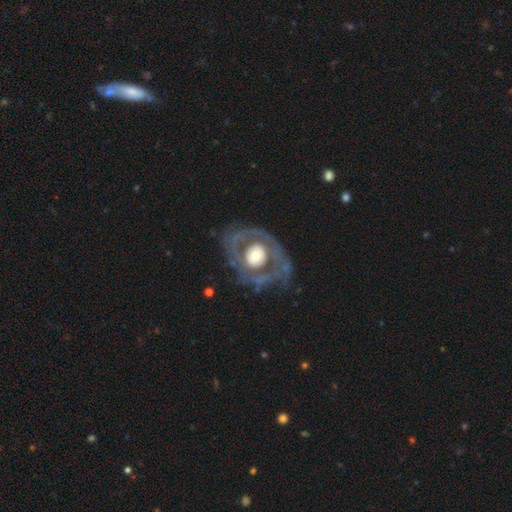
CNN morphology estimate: This is likely a featured or disk galaxy (69%). It is clearly not viewed edge-on (95%). Bar: clearly no (83%). Spiral arm pattern: likely no (64%). Central bulge: possibly moderate (50%). Merging: possibly none (58%).